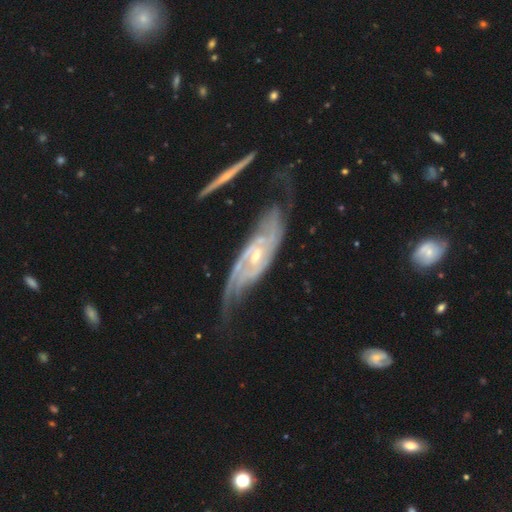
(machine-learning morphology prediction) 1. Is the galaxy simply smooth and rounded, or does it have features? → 90% featured or disk, 5% star or artifact, 5% smooth.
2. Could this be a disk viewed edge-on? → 89% no, 11% yes.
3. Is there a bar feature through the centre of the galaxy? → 46% no, 38% weak, 16% strong.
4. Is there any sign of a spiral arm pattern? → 96% yes, 4% no.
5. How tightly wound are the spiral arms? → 46% tight, 39% medium, 15% loose.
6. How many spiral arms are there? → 55% 2, 21% can't tell, 11% 3, 5% 4, 4% 1, 4% more than 4.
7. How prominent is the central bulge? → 58% small, 39% moderate, 1% large, 1% none, 1% dominant.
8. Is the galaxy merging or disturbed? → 54% none, 24% minor disturbance, 16% major disturbance, 6% merger.